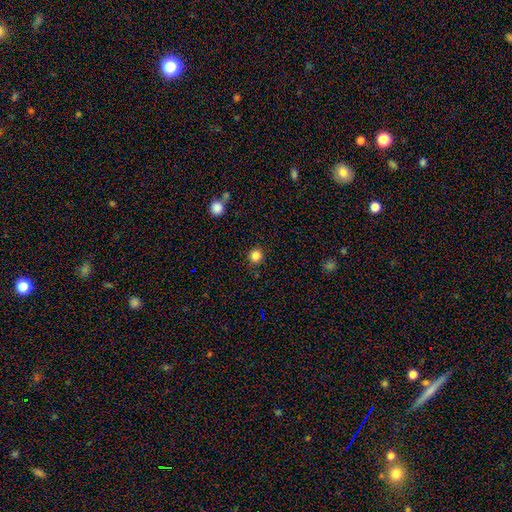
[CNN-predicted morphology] Smooth or featured? smooth (84%)
How rounded? round (92%)
Merging? none (91%)